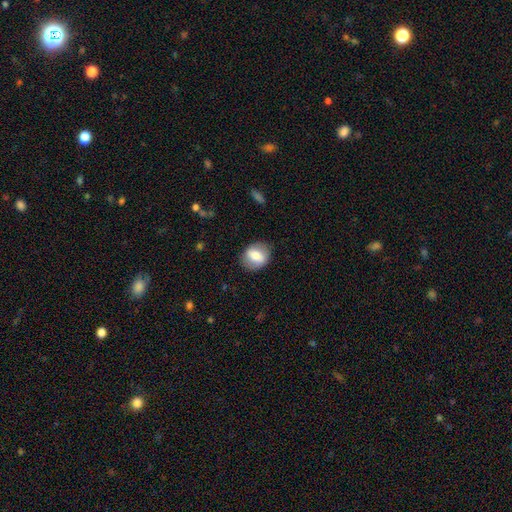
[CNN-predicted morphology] type=smooth (63%); roundness=round (57%); merging=none (83%).